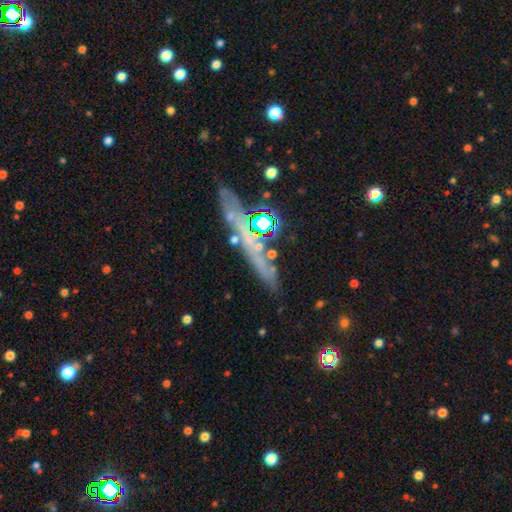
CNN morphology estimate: Smooth or featured: featured or disk — 48% (star or artifact — 29%)
Merging: none — 72% (minor disturbance — 12%)